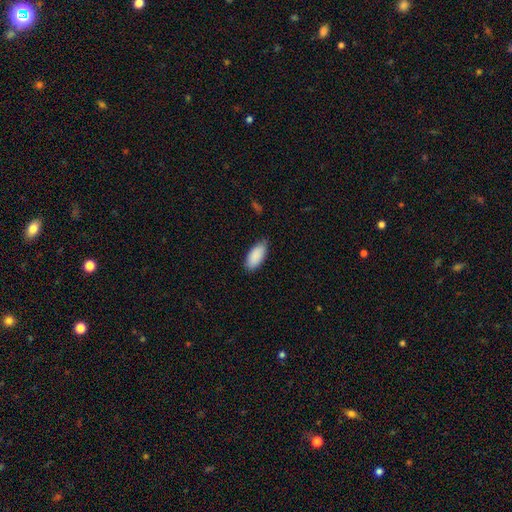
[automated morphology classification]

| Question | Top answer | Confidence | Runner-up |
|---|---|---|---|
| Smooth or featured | smooth | 90% | star or artifact (6%) |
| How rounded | in between | 90% | cigar-shaped (8%) |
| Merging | none | 80% | minor disturbance (17%) |